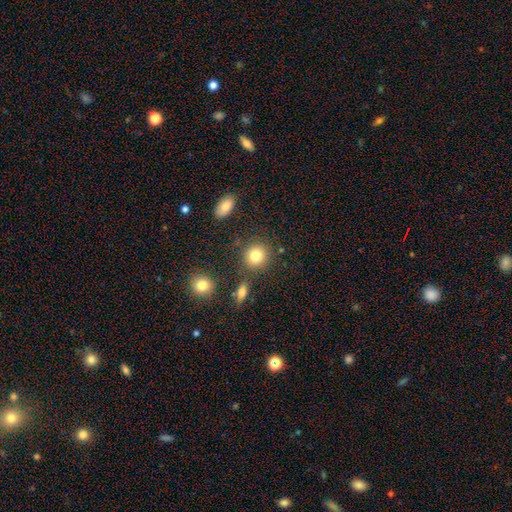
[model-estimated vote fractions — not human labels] A smooth galaxy with no disk features (82%) that is round (84%).

Vote fractions:
- Smooth or featured? smooth: 82% / star or artifact: 11% / featured or disk: 7%
- How rounded? round: 84% / in between: 15% / cigar-shaped: 1%
- Merging? none: 82% / minor disturbance: 9% / merger: 6% / major disturbance: 3%